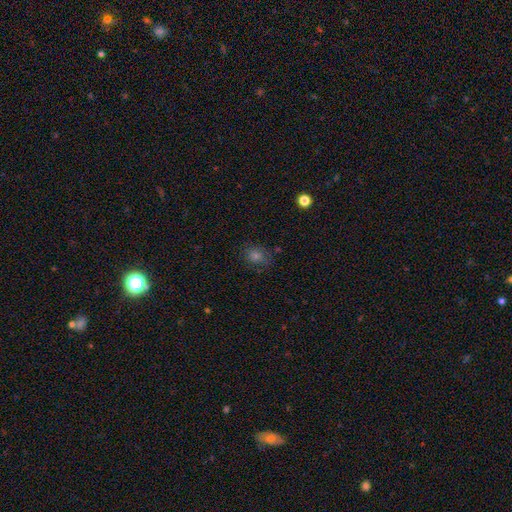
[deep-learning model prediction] Morphology: type=smooth (63%); roundness=round (62%); merging=none (76%).